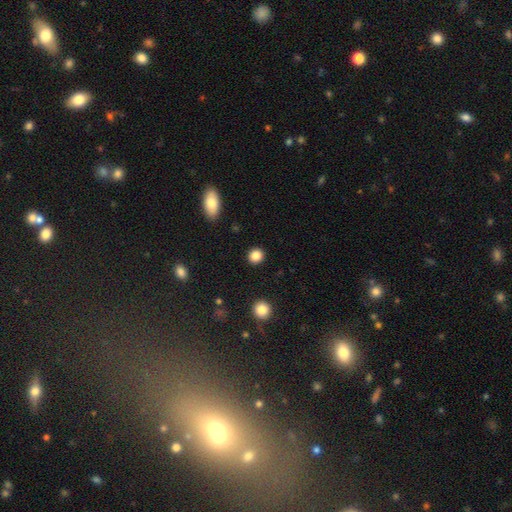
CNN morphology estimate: This appears to be a smooth galaxy with no disk features (86%) that is round (88%). Merging: none (91%).